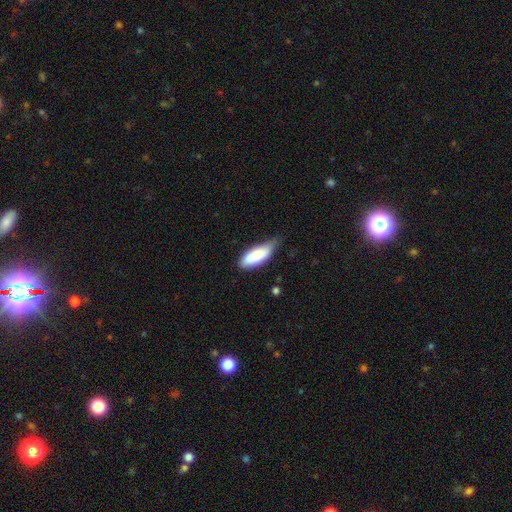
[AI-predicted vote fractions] The model was most divided on "merging": none: 45%, minor disturbance: 42%, major disturbance: 10%, merger: 3%. More confident: smooth or featured — smooth (83%); how rounded — in between (72%).